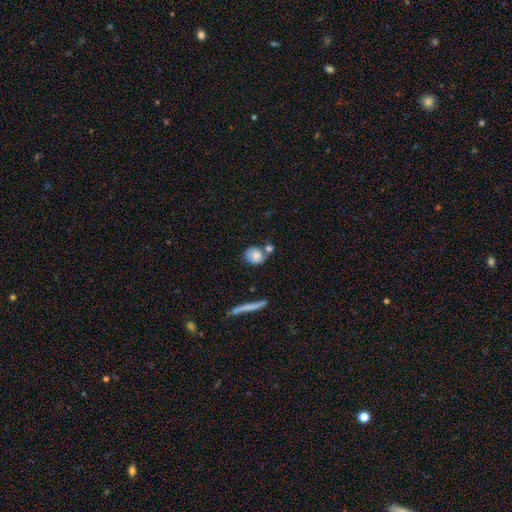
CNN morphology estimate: This appears to be a smooth galaxy with no disk features (76%) that is round (68%). Merging: none (52%).